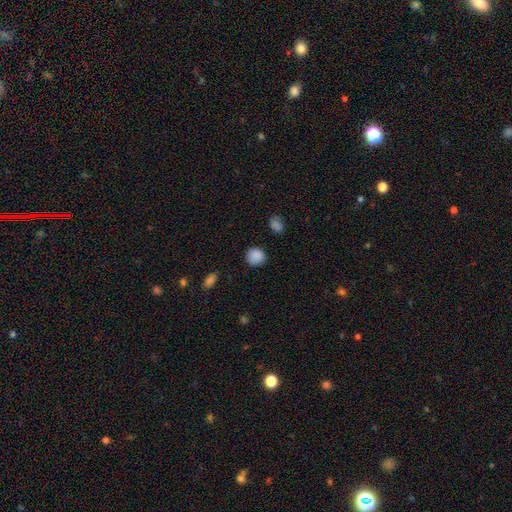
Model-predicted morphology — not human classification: The model was most divided on "how rounded": round: 87%, in between: 12%, cigar-shaped: 1%. More confident: smooth or featured — smooth (87%); merging — none (86%).